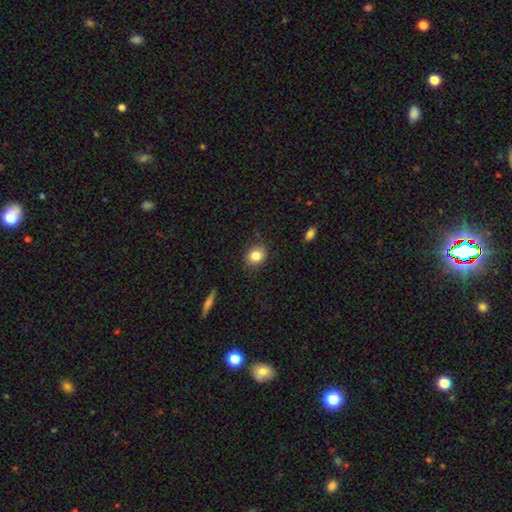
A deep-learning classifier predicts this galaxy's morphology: Overall: smooth (83%). How rounded: round (63%; in between 36%). Merging: none (86%).